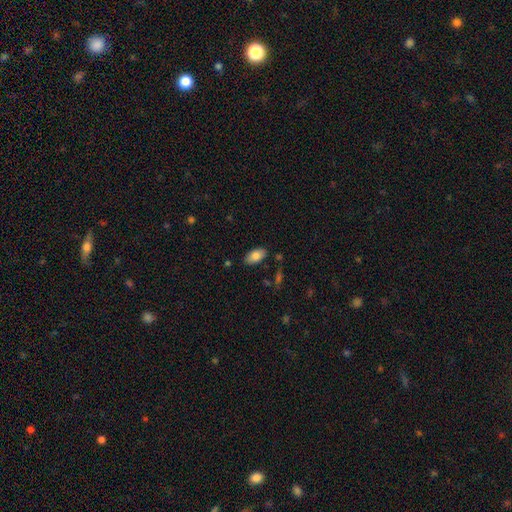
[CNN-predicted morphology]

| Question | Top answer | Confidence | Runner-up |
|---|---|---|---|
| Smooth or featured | smooth | 83% | featured or disk (10%) |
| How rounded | in between | 94% | cigar-shaped (3%) |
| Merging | none | 83% | minor disturbance (12%) |